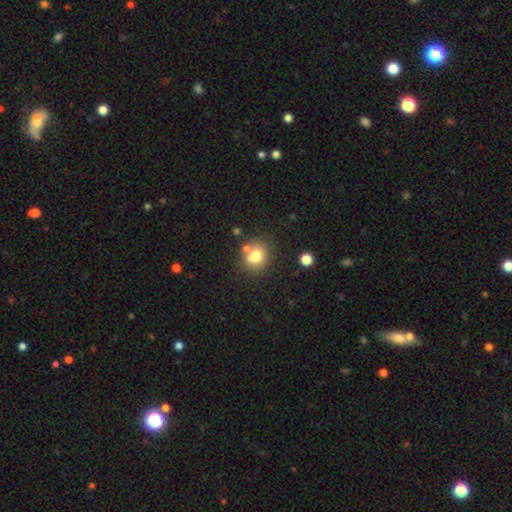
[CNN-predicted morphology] Q: Smooth or featured?
A: smooth (75%); runner-up: featured or disk (13%)
Q: How rounded?
A: round (71%); runner-up: in between (28%)
Q: Merging?
A: none (61%); runner-up: merger (21%)